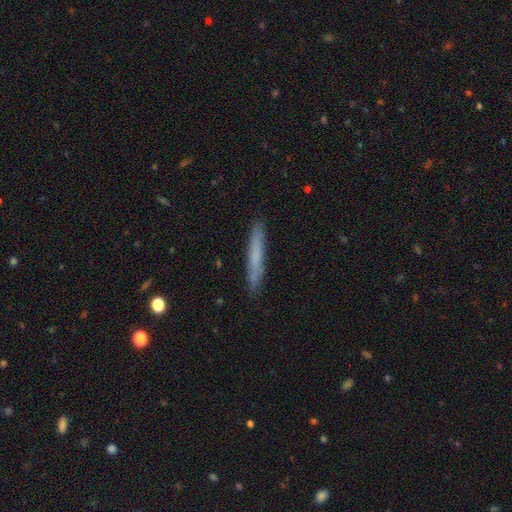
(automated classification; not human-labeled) This appears to be a smooth galaxy with no disk features (65%) that is cigar-shaped (96%). Merging: none (89%).